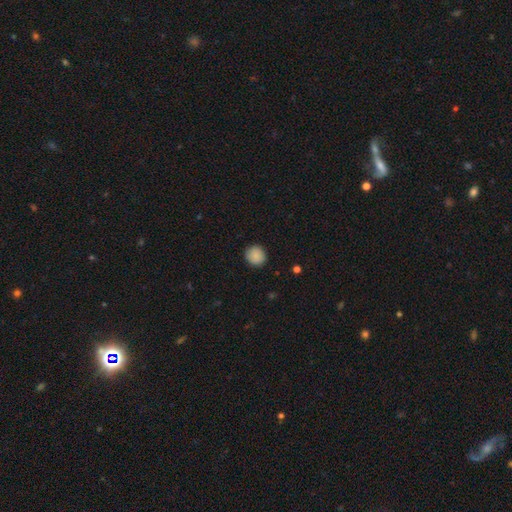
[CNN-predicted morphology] Overall: smooth (88%). How rounded: round (89%). Merging: none (90%).